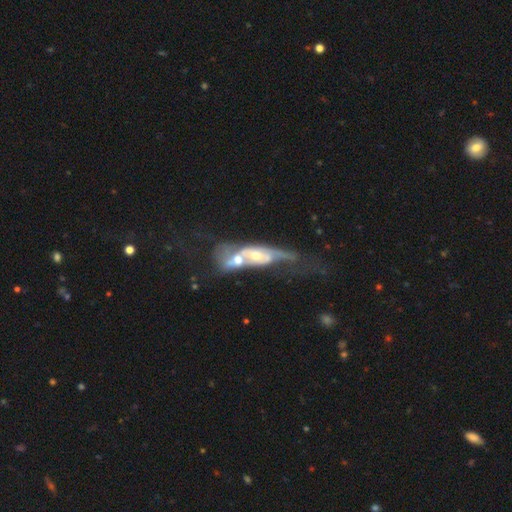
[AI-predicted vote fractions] Q: Smooth or featured?
A: featured or disk (70%); runner-up: smooth (23%)
Q: Edge-on disk?
A: no (79%); runner-up: yes (21%)
Q: Bar?
A: no (74%); runner-up: weak (19%)
Q: Spiral arms?
A: no (52%); runner-up: yes (48%)
Q: Bulge size?
A: moderate (61%); runner-up: small (26%)
Q: Merging?
A: merger (71%); runner-up: major disturbance (13%)